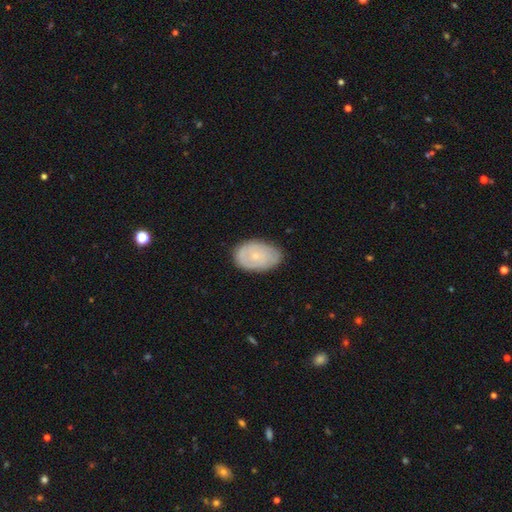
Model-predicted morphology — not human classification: smooth 49%, featured or disk 45%, star or artifact 6%. Down the decision tree: merging — none (75%).